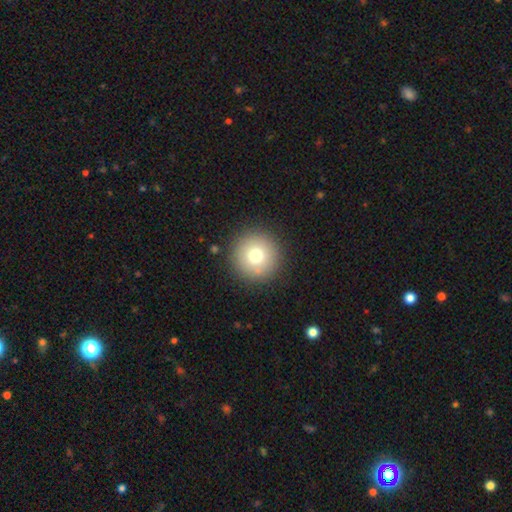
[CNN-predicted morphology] Overall: smooth (75%). How rounded: round (97%). Merging: none (91%).